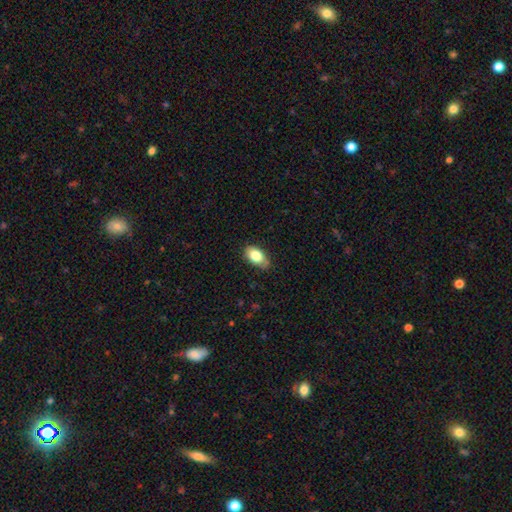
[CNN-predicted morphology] A smooth galaxy with no disk features (81%) that is in between round and cigar-shaped (91%).

Vote fractions:
- Smooth or featured? smooth: 81% / featured or disk: 11% / star or artifact: 7%
- How rounded? in between: 91% / round: 7% / cigar-shaped: 2%
- Merging? none: 76% / minor disturbance: 20% / major disturbance: 3% / merger: 1%